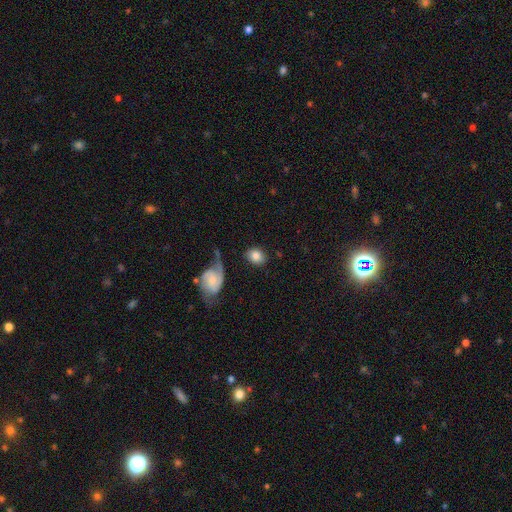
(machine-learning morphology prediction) type=smooth (78%); roundness=in between (60%); merging=none (72%).